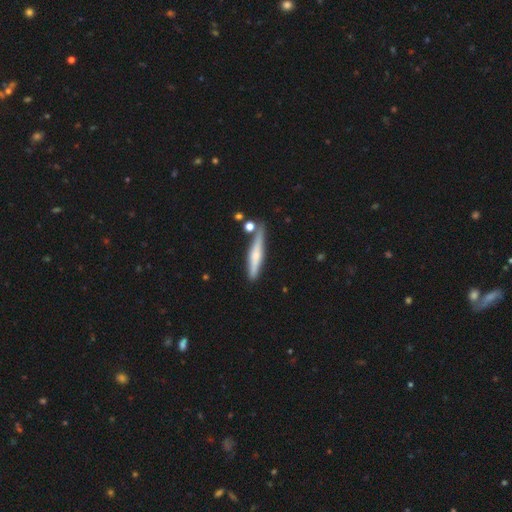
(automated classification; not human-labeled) Overall: featured or disk (51%; smooth 43%). Edge-on disk: yes (95%). Merging: none (79%).